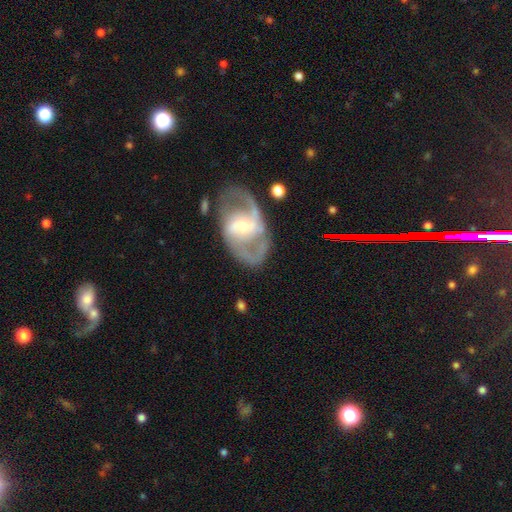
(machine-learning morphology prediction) smooth-or-featured: featured or disk: 85% | smooth: 9% | star or artifact: 6%
  disk-edge-on: no: 96% | yes: 4%
    bar: weak: 41% | strong: 36% | no: 23%
    has-spiral-arms: yes: 91% | no: 9%
      spiral-winding: medium: 53% | loose: 25% | tight: 22%
      spiral-arm-count: 2: 86% | can't tell: 6% | 3: 3% | 1: 2% | 4: 1% | more than 4: 1%
    bulge-size: small: 49% | moderate: 44% | large: 5% | none: 1% | dominant: 1%
  merging: none: 73% | minor disturbance: 15% | major disturbance: 9% | merger: 3%